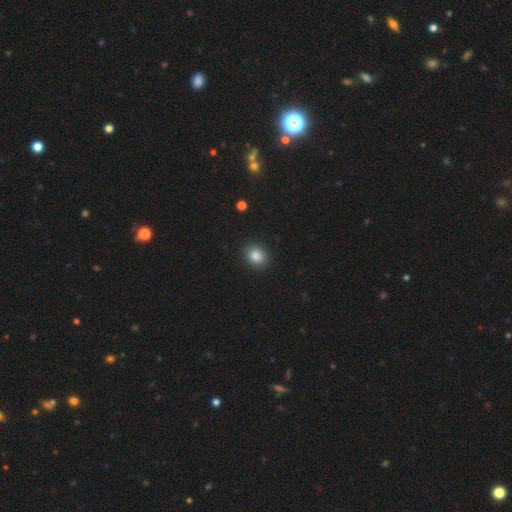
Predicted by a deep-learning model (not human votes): Smooth or featured?
  - smooth: 84% *
  - star or artifact: 10%
  - featured or disk: 5%
How rounded?
  - round: 68% *
  - in between: 31%
  - cigar-shaped: 1%
Merging?
  - none: 91% *
  - minor disturbance: 6%
  - major disturbance: 2%
  - merger: 1%